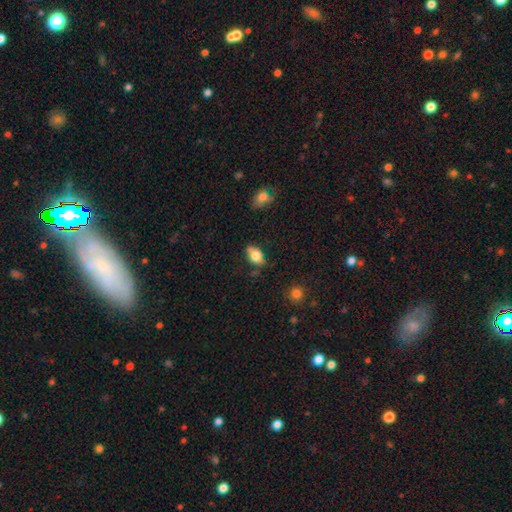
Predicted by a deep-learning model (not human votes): A smooth galaxy with no disk features (75%) that is in between round and cigar-shaped (83%).

Vote fractions:
- Smooth or featured? smooth: 75% / featured or disk: 17% / star or artifact: 9%
- How rounded? in between: 83% / round: 14% / cigar-shaped: 3%
- Merging? none: 62% / minor disturbance: 26% / major disturbance: 6% / merger: 6%